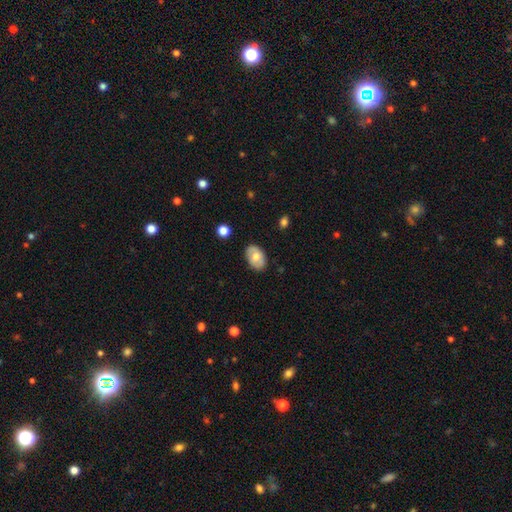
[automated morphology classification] smooth_or_featured: smooth (p=0.63) [alt: featured or disk p=0.30]
how_rounded: in between (p=0.87) [alt: round p=0.12]
merging: none (p=0.83) [alt: minor disturbance p=0.13]